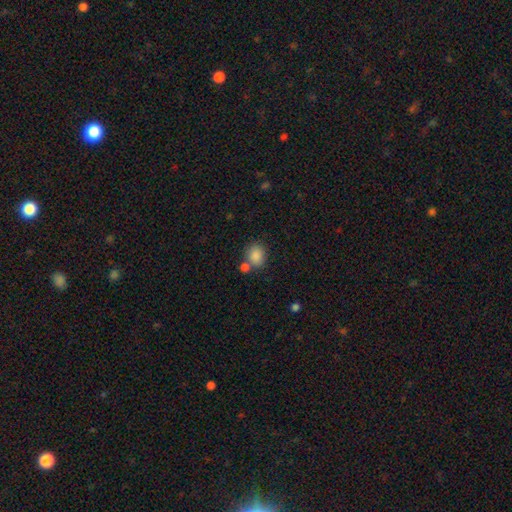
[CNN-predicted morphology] smooth 86%, star or artifact 9%, featured or disk 6%. Down the decision tree: how rounded — round (58%); merging — none (57%).